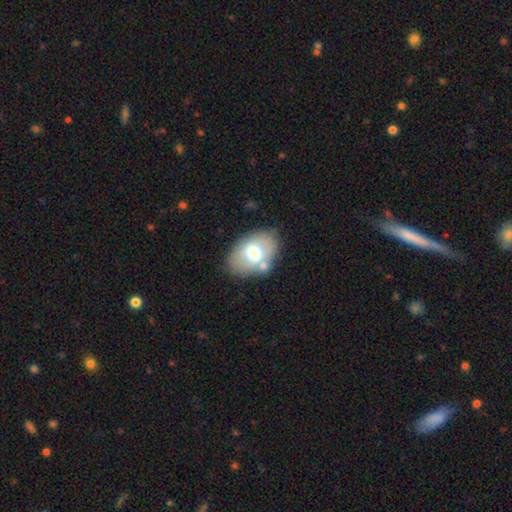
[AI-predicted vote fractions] This is likely a smooth galaxy (65%). How rounded: clearly in between (85%). Merging: likely none (71%).